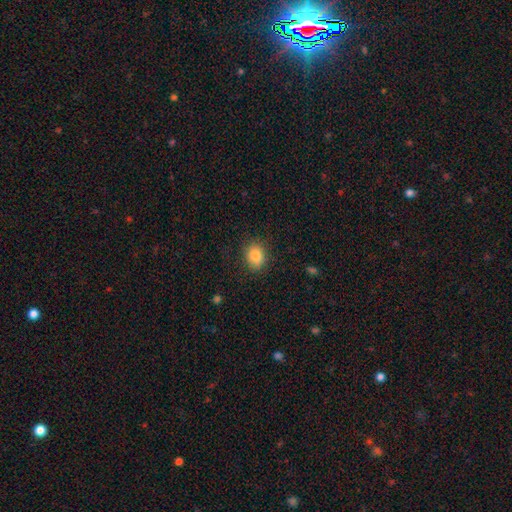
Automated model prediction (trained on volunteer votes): This is clearly a smooth galaxy (83%). How rounded: possibly in between (56%). Merging: clearly none (83%).